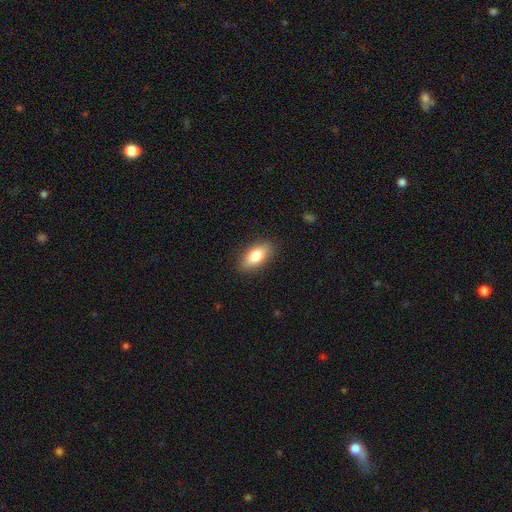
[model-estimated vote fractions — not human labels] smooth_or_featured: smooth (p=0.78) [alt: featured or disk p=0.15]
how_rounded: in between (p=0.84) [alt: cigar-shaped p=0.12]
merging: none (p=0.88) [alt: minor disturbance p=0.09]